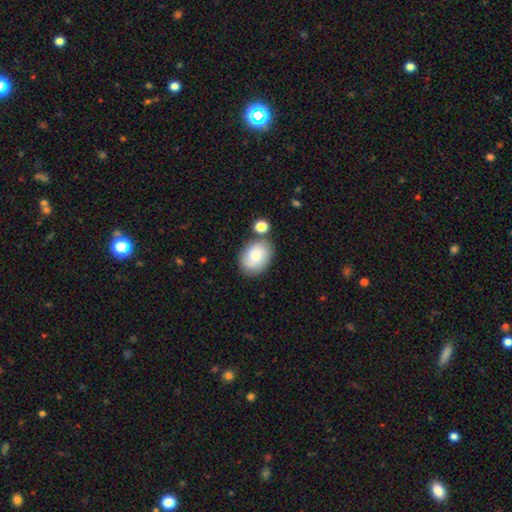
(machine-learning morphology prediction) Smooth or featured? Predicted: smooth (p=0.66). How rounded? Predicted: in between (p=0.67). Merging? Predicted: none (p=0.68).